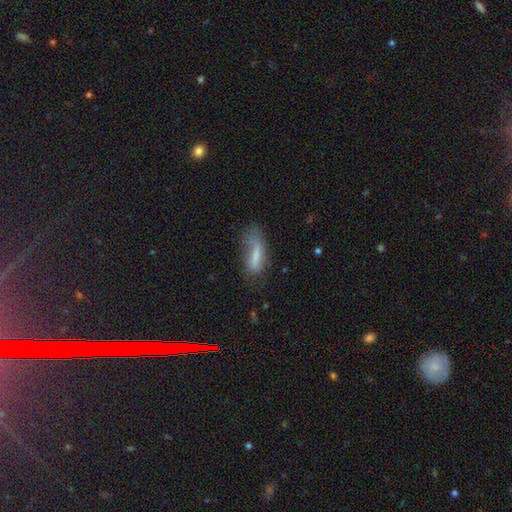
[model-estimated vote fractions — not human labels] Smooth or featured?
  - smooth: 68% *
  - featured or disk: 22%
  - star or artifact: 10%
How rounded?
  - in between: 59% *
  - cigar-shaped: 38%
  - round: 2%
Merging?
  - none: 36% *
  - minor disturbance: 30%
  - major disturbance: 30%
  - merger: 4%